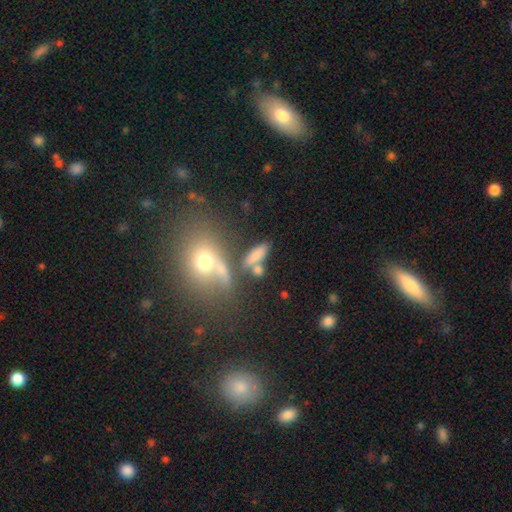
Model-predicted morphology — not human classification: This is likely a smooth galaxy (72%). How rounded: possibly in between (54%). Merging: possibly none (48%).